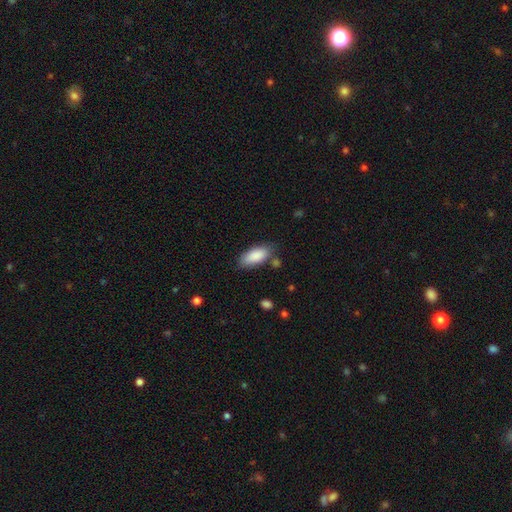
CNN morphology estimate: smooth 88%, star or artifact 6%, featured or disk 6%. Down the decision tree: how rounded — in between (86%); merging — none (76%).